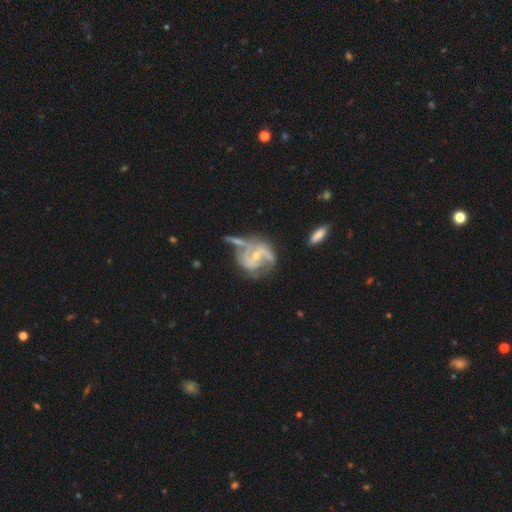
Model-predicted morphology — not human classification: A featured or disk galaxy (84%) with a weak bar (42%), 2 (62%) medium (46%) spiral arms (92%) and a small central bulge (61%). Merging: none (38%).